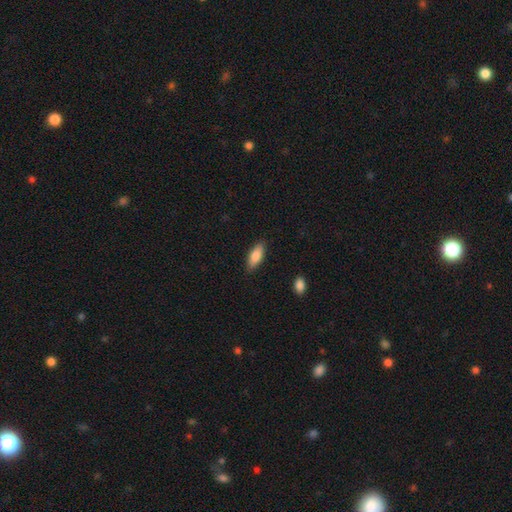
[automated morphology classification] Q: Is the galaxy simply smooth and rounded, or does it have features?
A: smooth — 83%.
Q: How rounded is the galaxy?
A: in between — 73%.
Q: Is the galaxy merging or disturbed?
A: none — 86%.